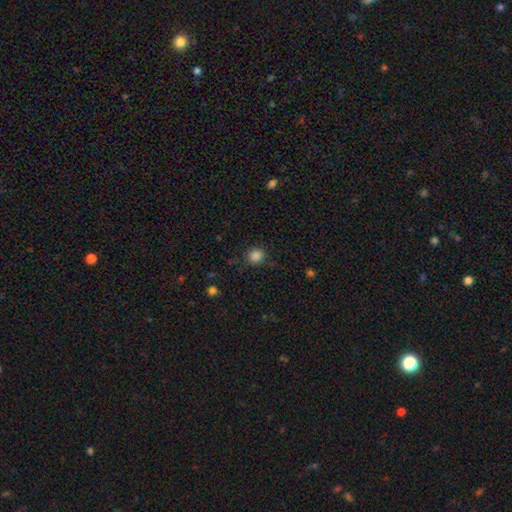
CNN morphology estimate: A smooth galaxy with no disk features (85%) that is round (83%).

Vote fractions:
- Smooth or featured? smooth: 85% / star or artifact: 11% / featured or disk: 4%
- How rounded? round: 83% / in between: 16% / cigar-shaped: 1%
- Merging? none: 80% / minor disturbance: 14% / major disturbance: 4% / merger: 2%